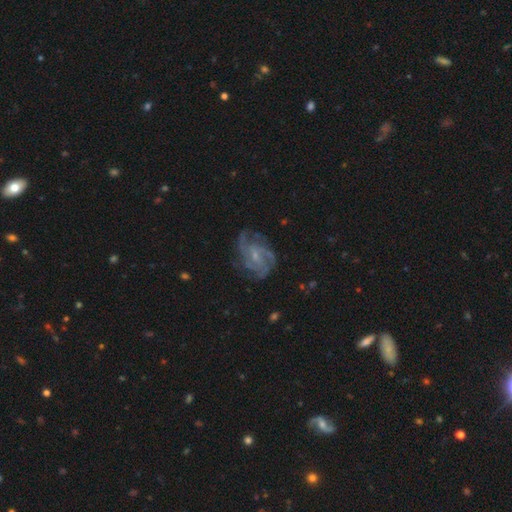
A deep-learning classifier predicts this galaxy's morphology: Smooth or featured? featured or disk (84%)
Edge-on disk? no (98%)
Bar? weak (46%)
Spiral arms? yes (95%)
Spiral winding? medium (46%)
Spiral arm count? 3 (29%)
Bulge size? small (65%)
Merging? none (69%)